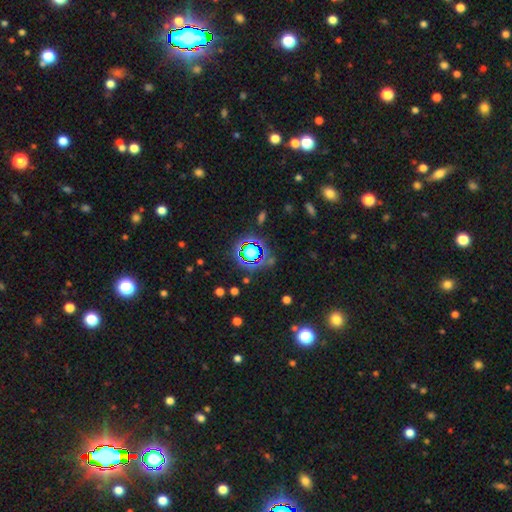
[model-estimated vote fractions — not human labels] Smooth or featured? Predicted: star or artifact (p=0.75).